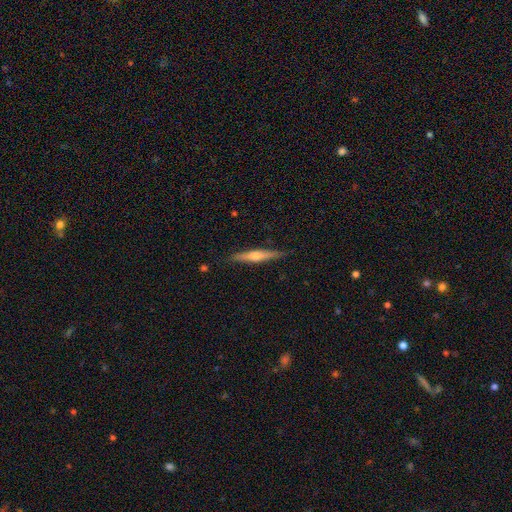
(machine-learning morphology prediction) Smooth or featured? Predicted: featured or disk (p=0.60). Edge-on disk? Predicted: yes (p=0.97). Edge-on bulge? Predicted: rounded (p=0.83). Merging? Predicted: none (p=0.88).